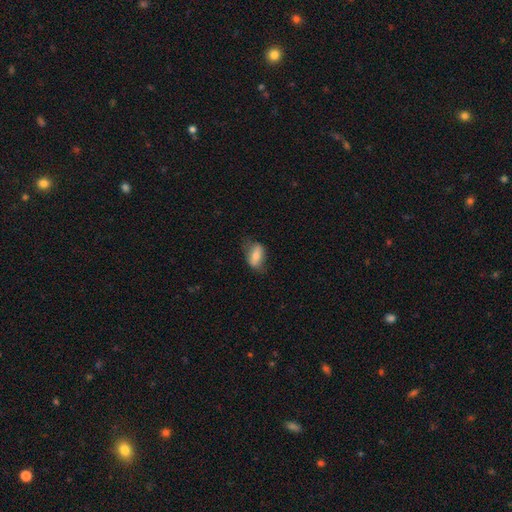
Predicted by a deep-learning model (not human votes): Overall: smooth (71%). How rounded: in between (87%). Merging: none (60%; minor disturbance 27%).